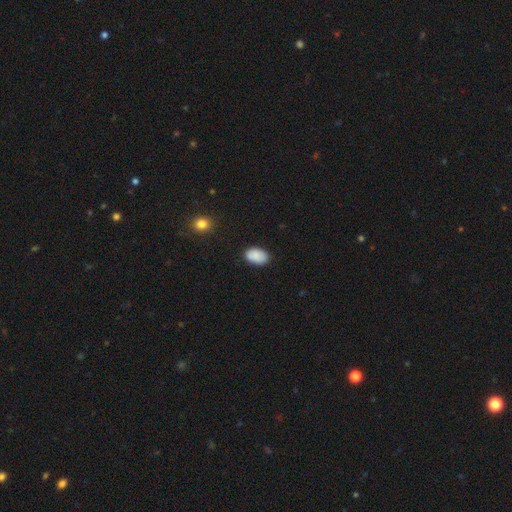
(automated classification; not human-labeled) Smooth or featured? Predicted: smooth (p=0.88). How rounded? Predicted: in between (p=0.91). Merging? Predicted: none (p=0.83).